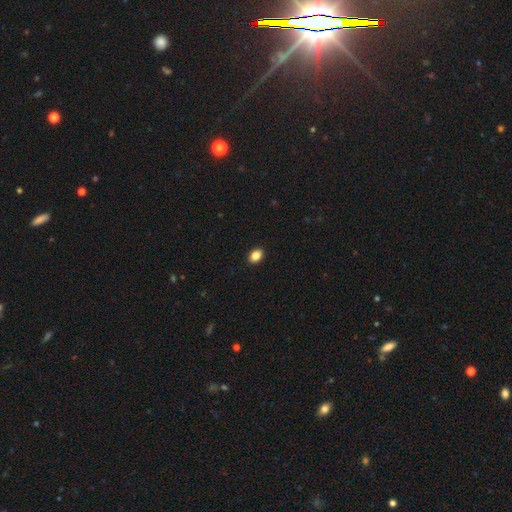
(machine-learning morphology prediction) Smooth or featured? smooth (87%)
How rounded? in between (76%)
Merging? none (90%)